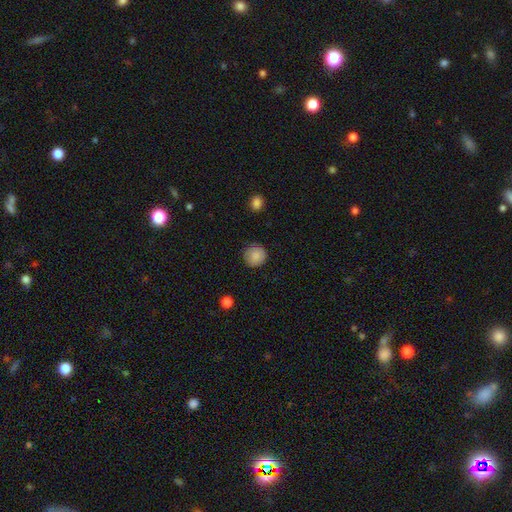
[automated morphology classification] This appears to be a smooth galaxy with no disk features (86%) that is round (93%). Merging: none (87%).